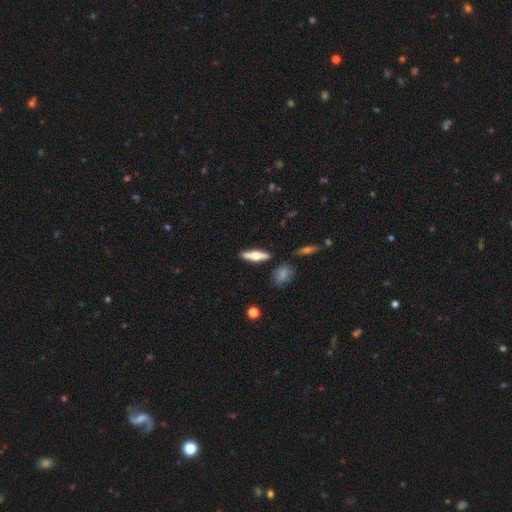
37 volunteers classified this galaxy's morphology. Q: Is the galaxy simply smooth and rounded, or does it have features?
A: featured or disk — 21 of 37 (57%).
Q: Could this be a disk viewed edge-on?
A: yes — 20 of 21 (95%).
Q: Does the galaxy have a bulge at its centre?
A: rounded — 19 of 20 (95%).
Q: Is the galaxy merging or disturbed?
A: none — 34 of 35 (97%).